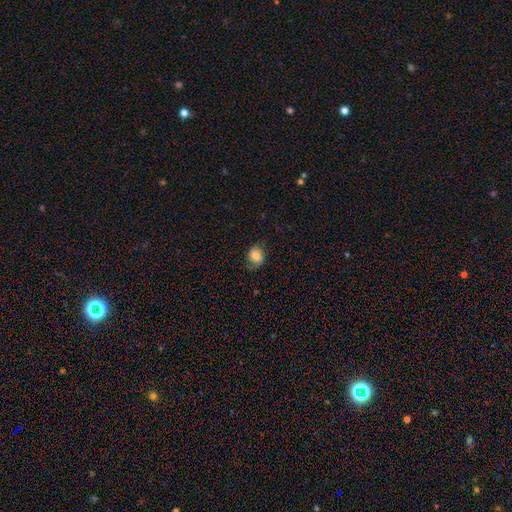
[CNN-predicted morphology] This appears to be a smooth galaxy with no disk features (69%) that is round (60%). Merging: none (65%).